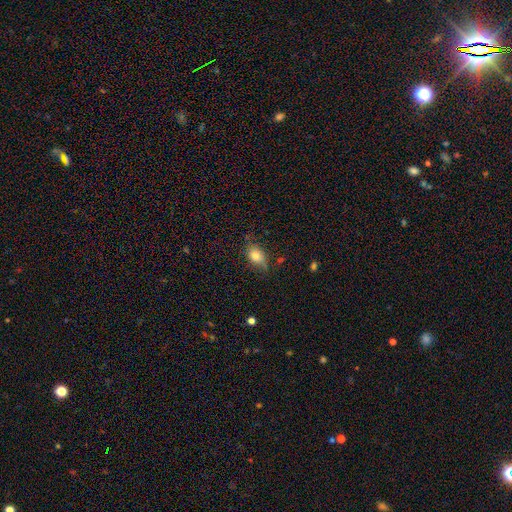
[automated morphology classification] A smooth galaxy with no disk features (80%) that is in between round and cigar-shaped (76%). Merging: none (66%).